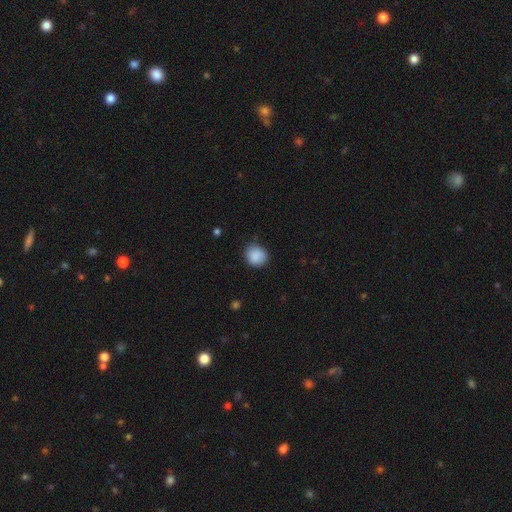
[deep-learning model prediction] The model was most divided on "merging": none: 83%, minor disturbance: 13%, major disturbance: 3%, merger: 1%. More confident: smooth or featured — smooth (88%); how rounded — round (85%).